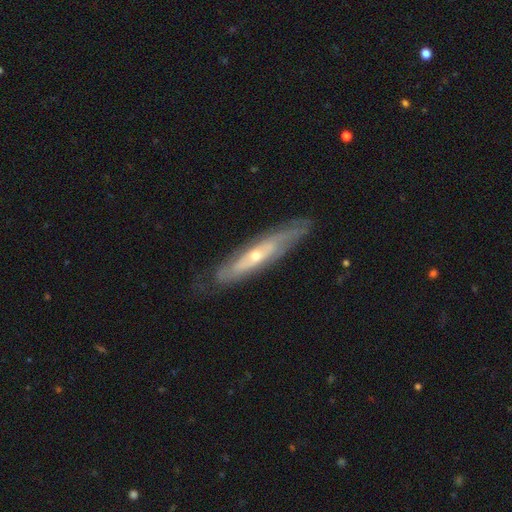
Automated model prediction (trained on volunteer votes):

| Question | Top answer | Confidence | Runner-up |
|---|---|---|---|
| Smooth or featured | featured or disk | 74% | smooth (20%) |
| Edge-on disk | no | 56% | yes (44%) |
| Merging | none | 74% | minor disturbance (19%) |